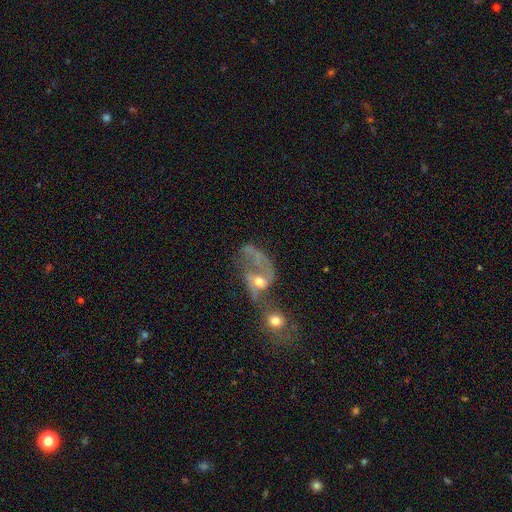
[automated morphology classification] type=featured or disk (65%); edge-on=no (96%); bar=no (67%); spiral arms=yes (65%); bulge=moderate (59%); merging=merger (63%).